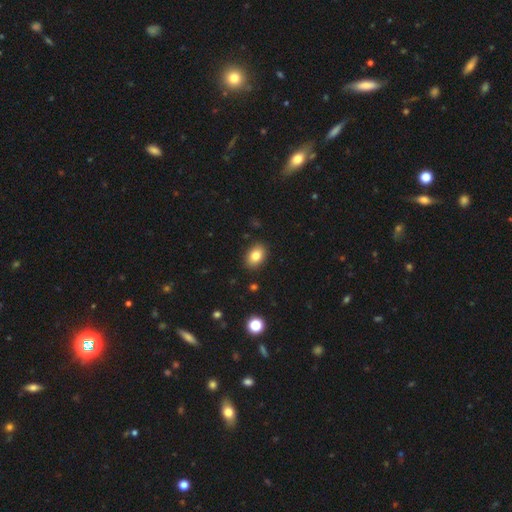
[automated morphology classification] Smooth or featured? Predicted: smooth (p=0.82). How rounded? Predicted: in between (p=0.78). Merging? Predicted: none (p=0.89).